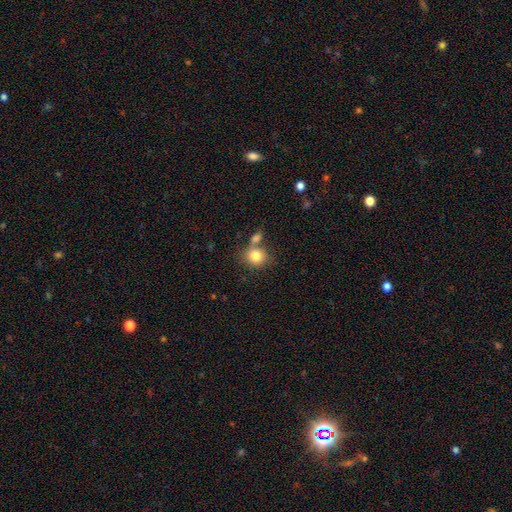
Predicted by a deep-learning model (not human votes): Smooth or featured? Predicted: smooth (p=0.81). How rounded? Predicted: round (p=0.77). Merging? Predicted: none (p=0.54).